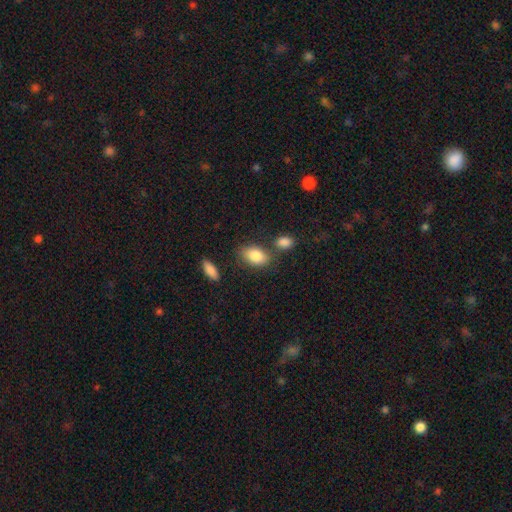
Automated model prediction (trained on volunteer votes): smooth 86%, featured or disk 7%, star or artifact 7%. Down the decision tree: how rounded — in between (88%); merging — none (65%).